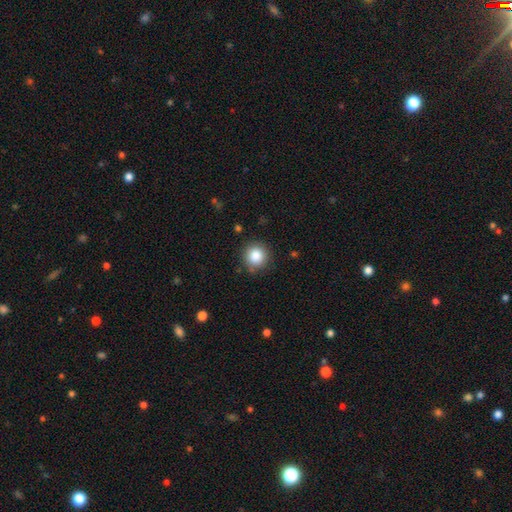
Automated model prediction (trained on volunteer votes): Smooth or featured? Predicted: smooth (p=0.86). How rounded? Predicted: round (p=0.93). Merging? Predicted: none (p=0.85).